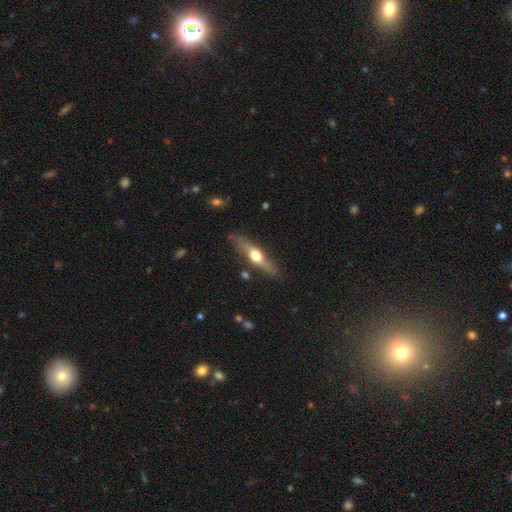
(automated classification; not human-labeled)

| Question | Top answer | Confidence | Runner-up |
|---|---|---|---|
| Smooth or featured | featured or disk | 59% | smooth (35%) |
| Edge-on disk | yes | 92% | no (8%) |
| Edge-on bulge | rounded | 94% | boxy (3%) |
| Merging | none | 82% | minor disturbance (12%) |